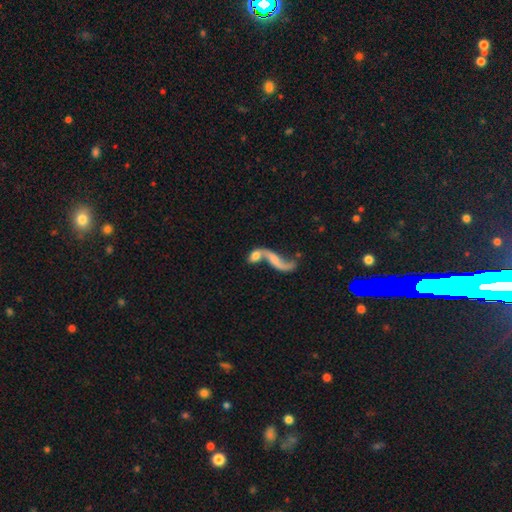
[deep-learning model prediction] Overall: featured or disk (50%; smooth 42%). Merging: merger (62%).